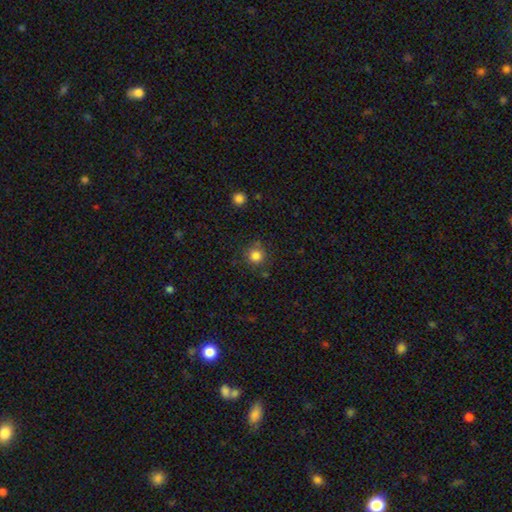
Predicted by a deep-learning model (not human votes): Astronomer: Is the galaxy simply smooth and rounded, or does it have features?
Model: smooth — 82%.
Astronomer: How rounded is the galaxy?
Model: round — 93%.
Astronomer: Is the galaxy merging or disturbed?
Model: none — 80%.